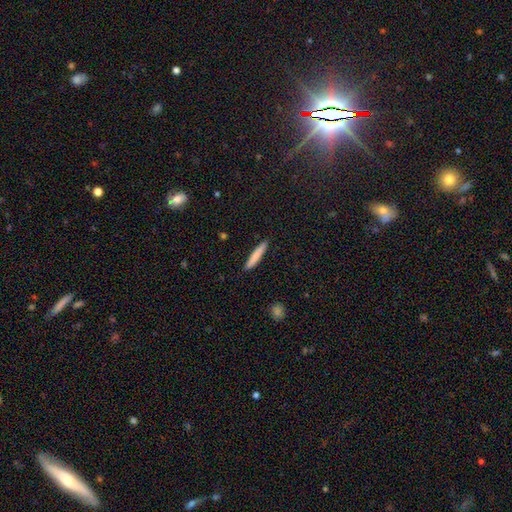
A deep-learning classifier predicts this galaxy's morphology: A smooth galaxy with no disk features (80%) that is cigar-shaped (94%).

Vote fractions:
- Smooth or featured? smooth: 80% / featured or disk: 14% / star or artifact: 6%
- How rounded? cigar-shaped: 94% / in between: 5% / round: 1%
- Merging? none: 90% / minor disturbance: 7% / major disturbance: 2% / merger: 1%